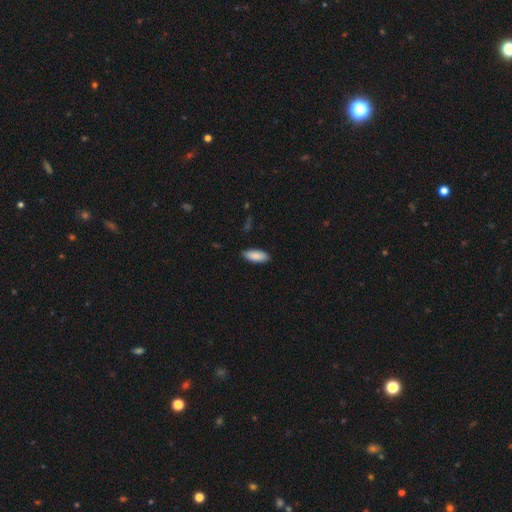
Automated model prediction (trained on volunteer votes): A smooth galaxy with no disk features (89%) that is in between round and cigar-shaped (80%). Merging: none (87%).